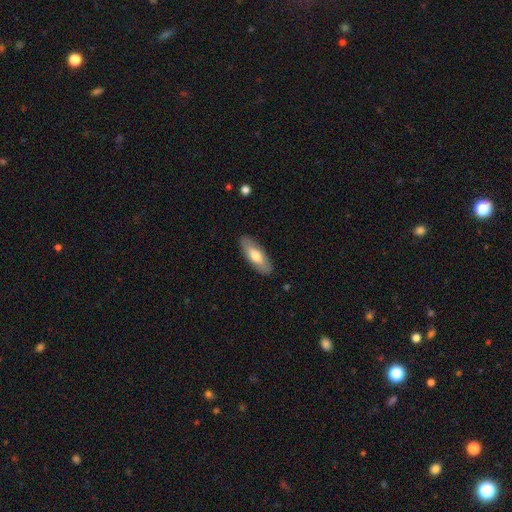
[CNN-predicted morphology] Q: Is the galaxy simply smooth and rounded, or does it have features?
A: smooth — 68%.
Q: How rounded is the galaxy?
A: in between — 72%.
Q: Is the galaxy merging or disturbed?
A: none — 88%.